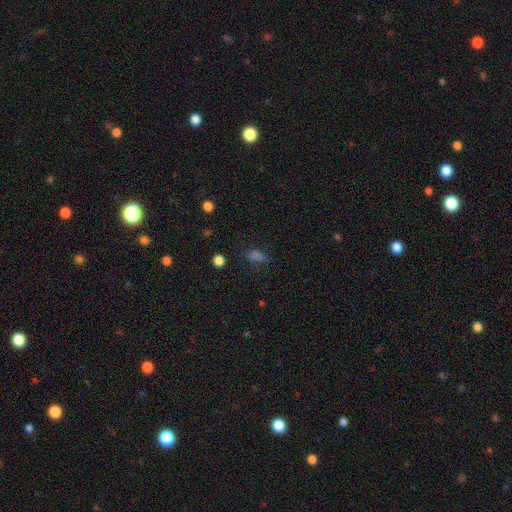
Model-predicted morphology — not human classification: Smooth or featured?
  - smooth: 64% *
  - star or artifact: 26%
  - featured or disk: 10%
How rounded?
  - in between: 73% *
  - cigar-shaped: 15%
  - round: 12%
Merging?
  - none: 62% *
  - minor disturbance: 23%
  - major disturbance: 12%
  - merger: 3%